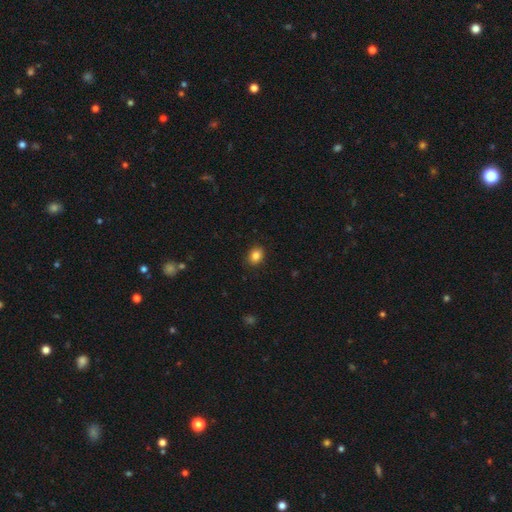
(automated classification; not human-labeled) Q: Smooth or featured?
A: smooth (85%); runner-up: star or artifact (10%)
Q: How rounded?
A: in between (51%); runner-up: round (48%)
Q: Merging?
A: none (89%); runner-up: minor disturbance (8%)